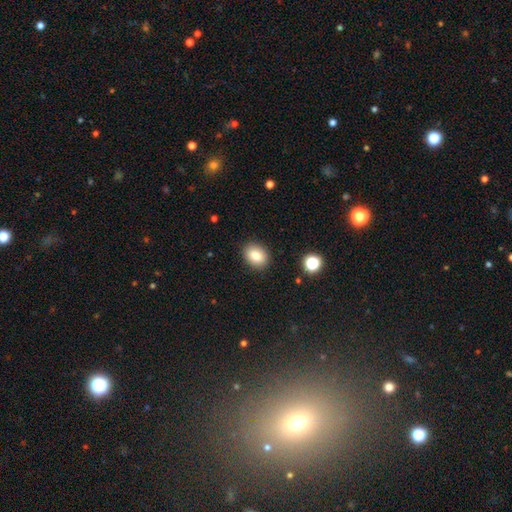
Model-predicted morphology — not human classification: Smooth or featured: smooth — 84% (star or artifact — 9%)
How rounded: in between — 64% (round — 35%)
Merging: none — 88% (minor disturbance — 8%)